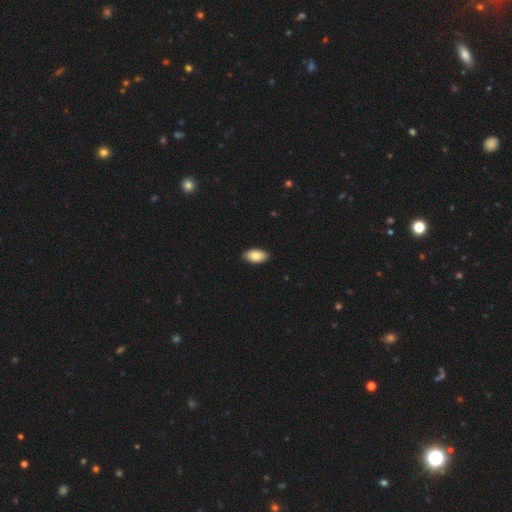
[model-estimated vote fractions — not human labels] Morphology: type=smooth (86%); roundness=in between (95%); merging=none (88%).